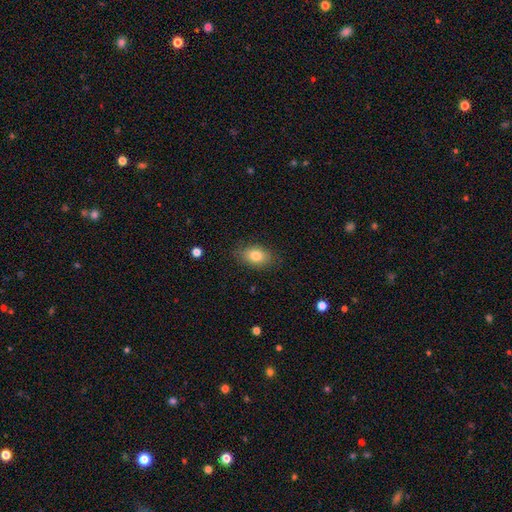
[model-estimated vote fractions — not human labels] Q: Smooth or featured?
A: smooth (81%); runner-up: featured or disk (11%)
Q: How rounded?
A: in between (83%); runner-up: round (15%)
Q: Merging?
A: none (82%); runner-up: minor disturbance (14%)